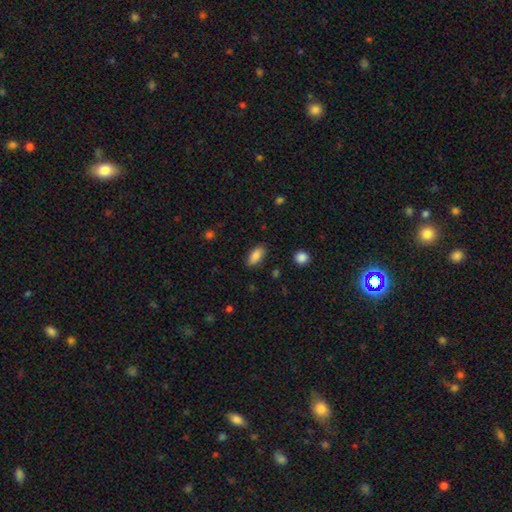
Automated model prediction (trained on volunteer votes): Smooth or featured? smooth (83%)
How rounded? in between (89%)
Merging? none (84%)